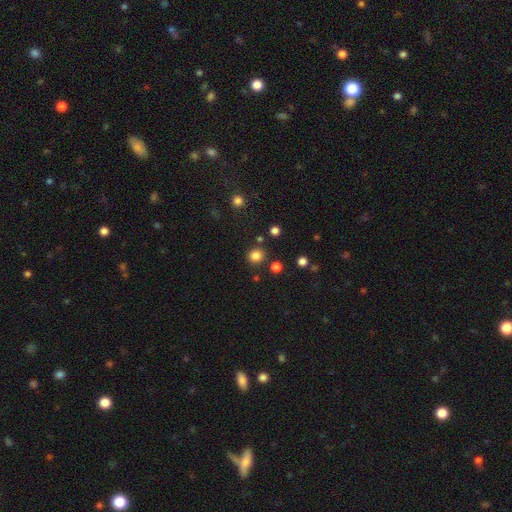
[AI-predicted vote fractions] Smooth or featured?
  - smooth: 82% *
  - star or artifact: 14%
  - featured or disk: 4%
How rounded?
  - round: 88% *
  - in between: 11%
  - cigar-shaped: 1%
Merging?
  - none: 86% *
  - minor disturbance: 7%
  - merger: 4%
  - major disturbance: 3%